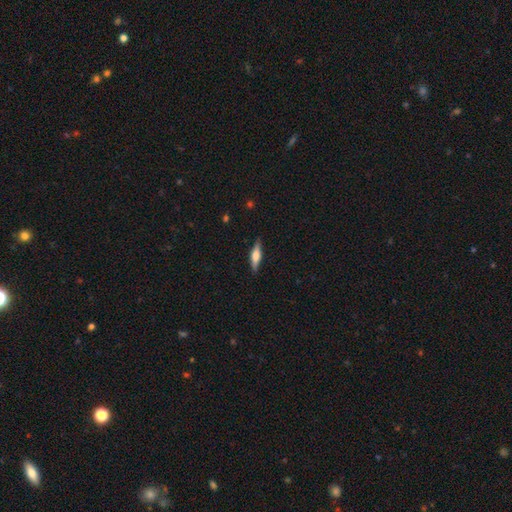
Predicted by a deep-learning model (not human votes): This is possibly a featured or disk galaxy (53%). It is clearly viewed edge-on (95%). Edge-on bulge: clearly rounded (83%). Merging: clearly none (87%).